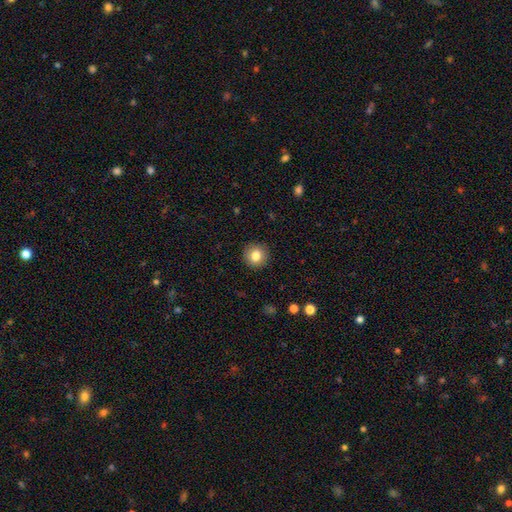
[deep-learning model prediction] Smooth or featured? Predicted: smooth (p=0.82). How rounded? Predicted: round (p=0.94). Merging? Predicted: none (p=0.92).